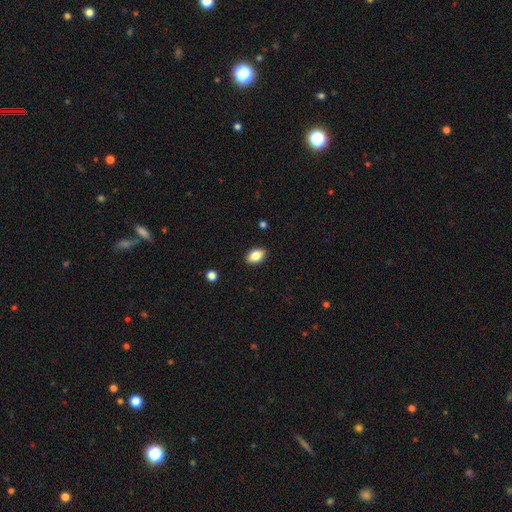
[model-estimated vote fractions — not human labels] Morphology: type=smooth (85%); roundness=in between (88%); merging=none (89%).